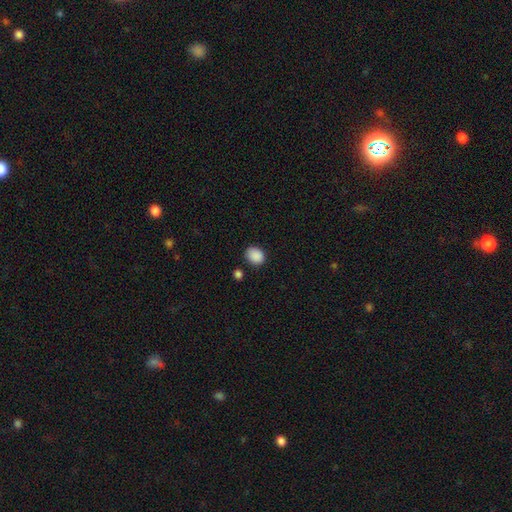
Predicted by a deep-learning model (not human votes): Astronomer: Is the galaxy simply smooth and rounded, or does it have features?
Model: smooth — 89%.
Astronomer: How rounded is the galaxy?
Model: round — 53% (runner-up: in between, 46%).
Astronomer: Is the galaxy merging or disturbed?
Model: none — 80%.